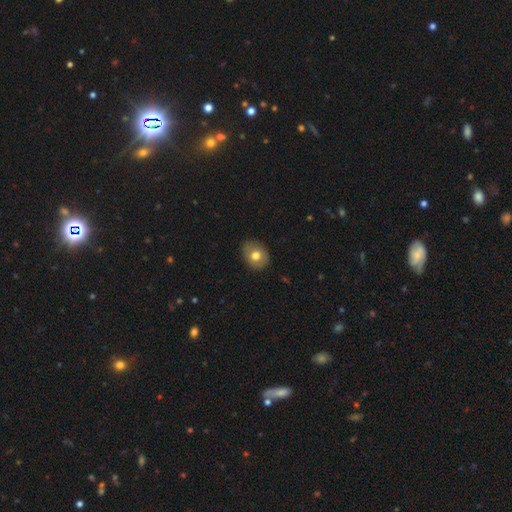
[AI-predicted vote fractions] This appears to be a smooth galaxy with no disk features (73%) that is round (52%). Merging: none (85%).